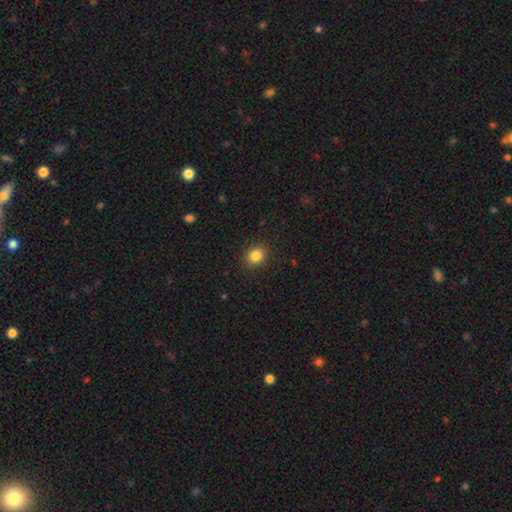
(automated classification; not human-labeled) Smooth or featured?
  - smooth: 84% *
  - star or artifact: 11%
  - featured or disk: 5%
How rounded?
  - round: 68% *
  - in between: 31%
  - cigar-shaped: 1%
Merging?
  - none: 89% *
  - minor disturbance: 7%
  - major disturbance: 2%
  - merger: 1%